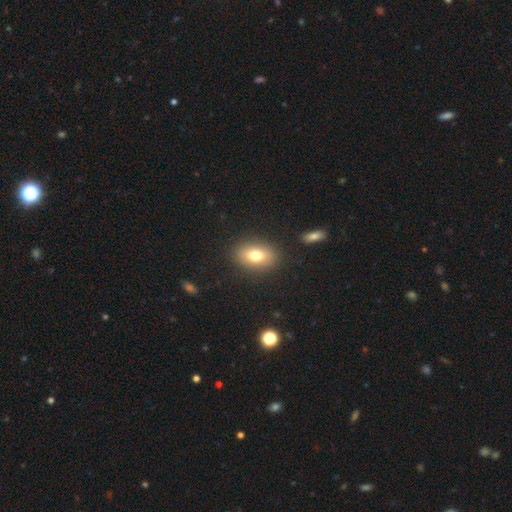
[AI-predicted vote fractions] This appears to be a smooth galaxy with no disk features (75%) that is in between round and cigar-shaped (77%). Merging: none (87%).